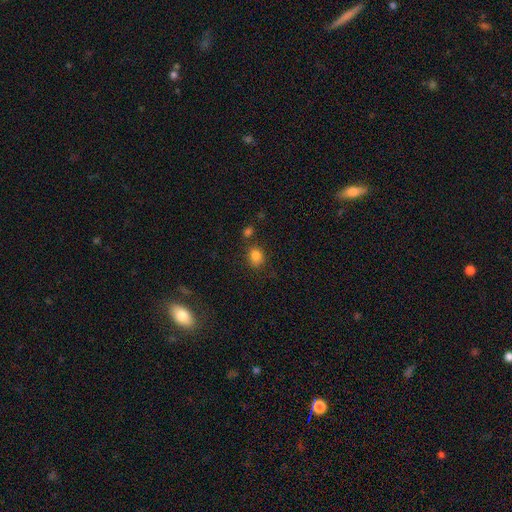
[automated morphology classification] A smooth galaxy with no disk features (82%) that is round (64%).

Vote fractions:
- Smooth or featured? smooth: 82% / star or artifact: 12% / featured or disk: 6%
- How rounded? round: 64% / in between: 35% / cigar-shaped: 1%
- Merging? none: 73% / minor disturbance: 13% / merger: 10% / major disturbance: 4%